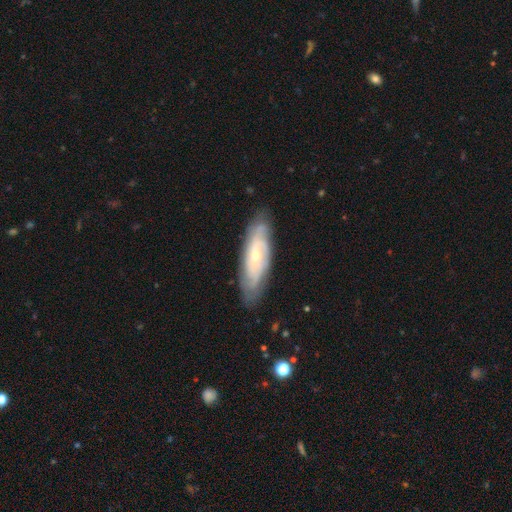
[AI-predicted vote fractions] A featured or disk galaxy (75%) with no bar (68%), tight (64%) spiral arms (89%) and a small central bulge (65%). Merging: none (81%).